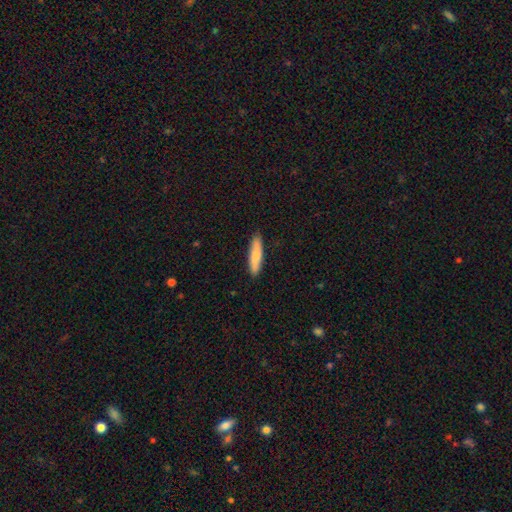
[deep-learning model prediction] smooth-or-featured: smooth: 80% | featured or disk: 14% | star or artifact: 5%
  how-rounded: cigar-shaped: 80% | in between: 18% | round: 1%
  merging: none: 89% | minor disturbance: 9% | major disturbance: 2% | merger: 1%